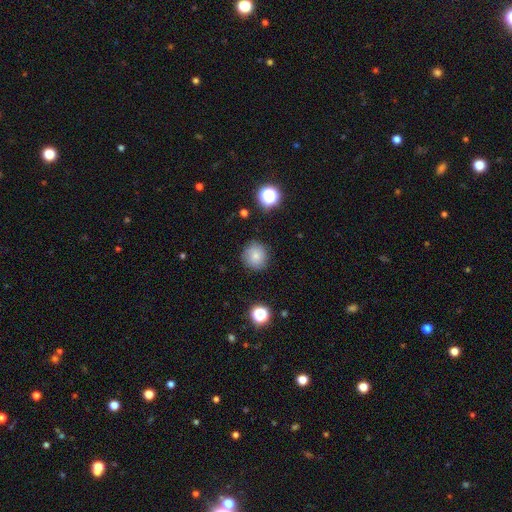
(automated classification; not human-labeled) smooth_or_featured: smooth (p=0.75) [alt: featured or disk p=0.13]
how_rounded: round (p=0.91) [alt: in between p=0.09]
merging: none (p=0.83) [alt: minor disturbance p=0.12]